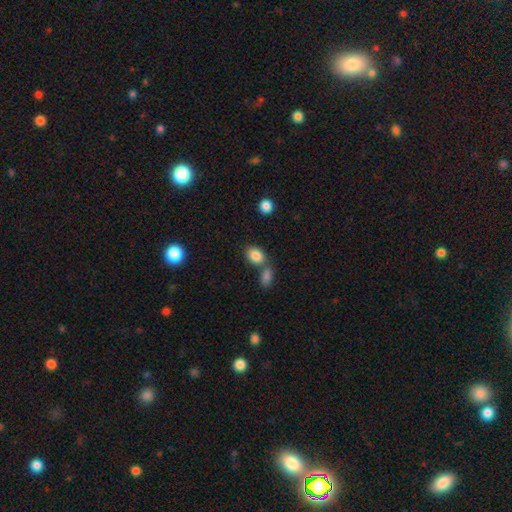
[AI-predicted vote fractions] smooth-or-featured: smooth: 85% | star or artifact: 9% | featured or disk: 6%
  how-rounded: in between: 77% | round: 22% | cigar-shaped: 1%
  merging: none: 56% | merger: 29% | minor disturbance: 11% | major disturbance: 4%